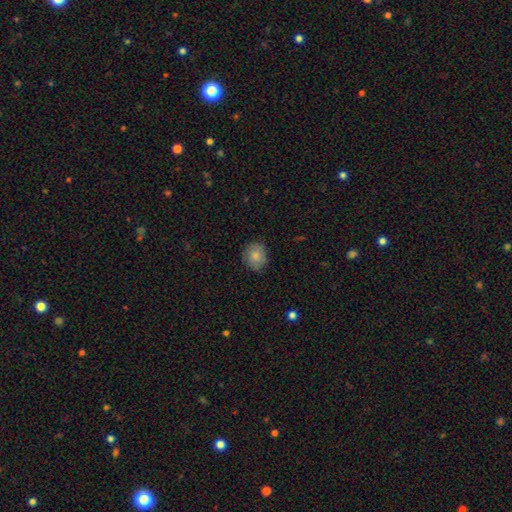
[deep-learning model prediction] Overall: smooth (83%). How rounded: round (75%). Merging: none (84%).